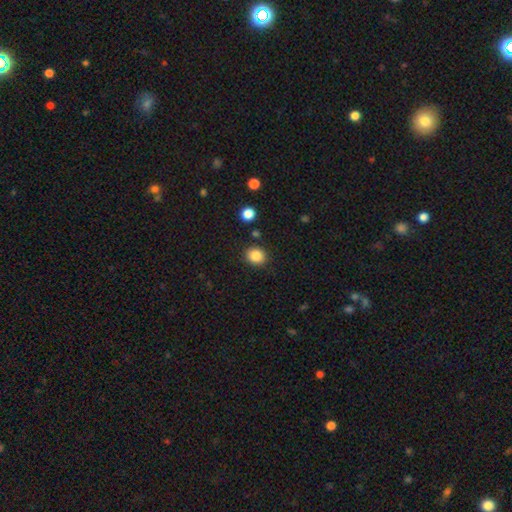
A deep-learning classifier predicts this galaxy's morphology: A smooth galaxy with no disk features (86%) that is round (77%).

Vote fractions:
- Smooth or featured? smooth: 86% / star or artifact: 10% / featured or disk: 4%
- How rounded? round: 77% / in between: 23% / cigar-shaped: 1%
- Merging? none: 87% / minor disturbance: 8% / merger: 3% / major disturbance: 2%